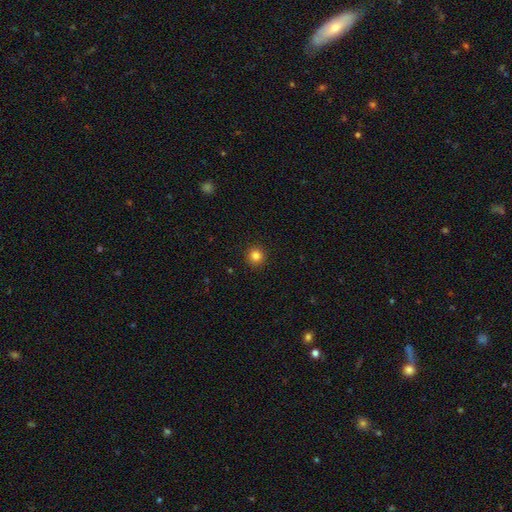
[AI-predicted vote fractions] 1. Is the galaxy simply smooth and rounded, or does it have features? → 84% smooth, 12% star or artifact, 4% featured or disk.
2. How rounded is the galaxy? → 95% round, 4% in between, 1% cigar-shaped.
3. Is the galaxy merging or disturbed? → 92% none, 5% minor disturbance, 2% major disturbance, 1% merger.